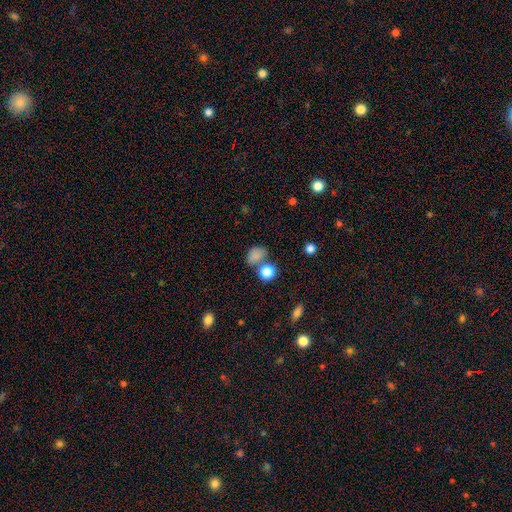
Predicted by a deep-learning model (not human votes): Smooth or featured?
  - smooth: 79% *
  - star or artifact: 14%
  - featured or disk: 7%
How rounded?
  - in between: 58% *
  - round: 41%
  - cigar-shaped: 1%
Merging?
  - none: 52% *
  - merger: 24%
  - minor disturbance: 17%
  - major disturbance: 8%